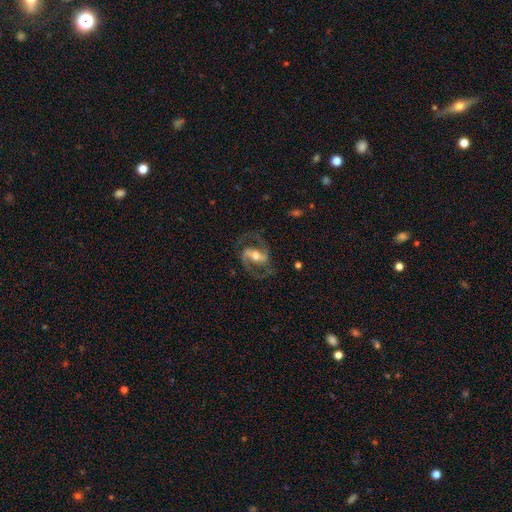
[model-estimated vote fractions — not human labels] Smooth or featured? featured or disk (87%)
Edge-on disk? no (97%)
Bar? strong (44%)
Spiral arms? yes (95%)
Spiral winding? medium (60%)
Spiral arm count? 2 (92%)
Bulge size? moderate (65%)
Merging? none (74%)